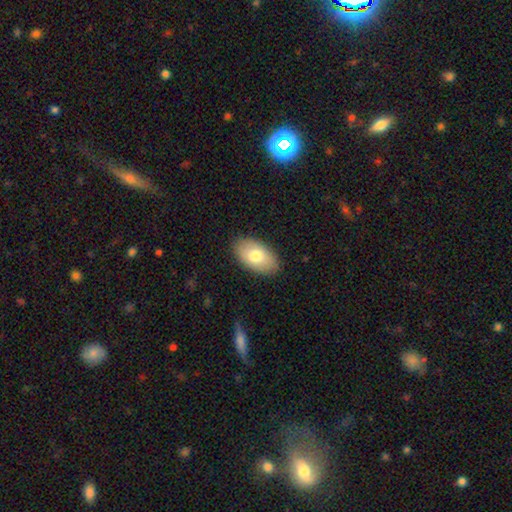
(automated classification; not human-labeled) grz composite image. It shows a smooth galaxy with no disk features (77%) that is in between round and cigar-shaped (95%). Merging: none (87%).